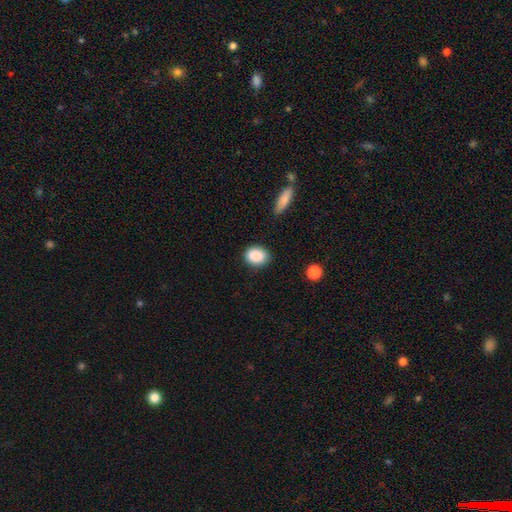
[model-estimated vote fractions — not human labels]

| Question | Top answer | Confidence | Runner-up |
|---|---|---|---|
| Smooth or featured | smooth | 89% | star or artifact (8%) |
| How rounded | in between | 67% | round (31%) |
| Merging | none | 81% | minor disturbance (14%) |